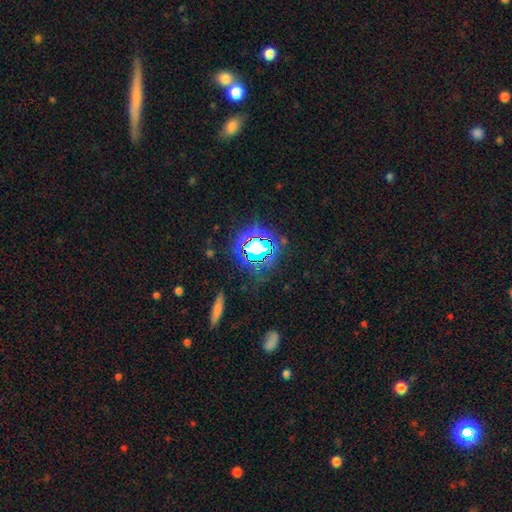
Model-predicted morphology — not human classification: The model was most divided on "smooth or featured": star or artifact: 74%, smooth: 15%, featured or disk: 11%.